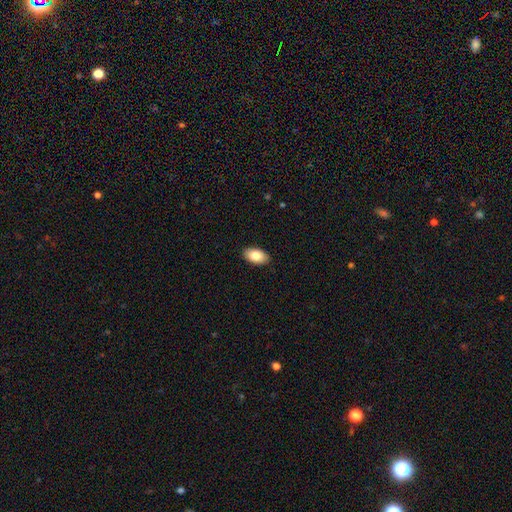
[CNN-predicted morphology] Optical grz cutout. It shows a smooth galaxy with no disk features (83%) that is in between round and cigar-shaped (94%). Merging: none (90%).